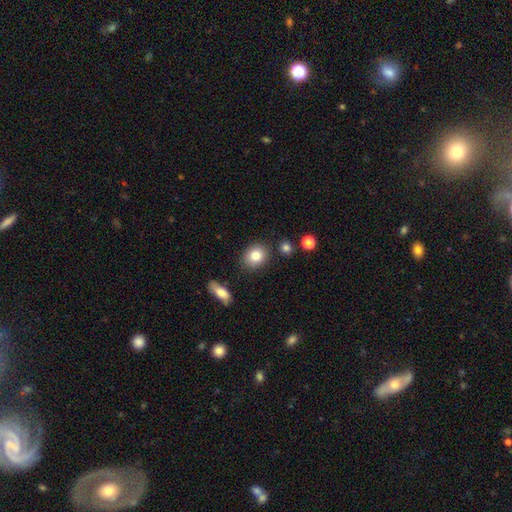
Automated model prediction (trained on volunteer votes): This appears to be a smooth galaxy with no disk features (82%) that is round (63%). Merging: none (84%).